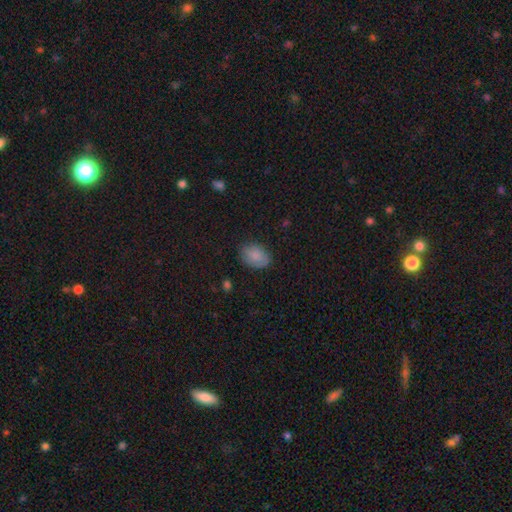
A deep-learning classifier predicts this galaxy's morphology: A smooth galaxy with no disk features (84%) that is in between round and cigar-shaped (80%). Merging: none (81%).